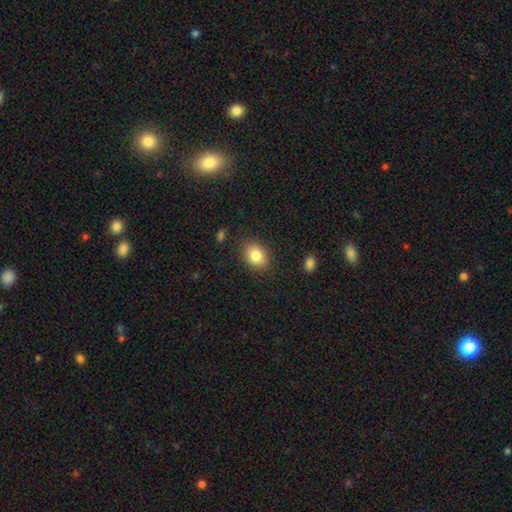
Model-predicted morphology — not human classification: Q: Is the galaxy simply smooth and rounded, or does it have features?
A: smooth — 84%.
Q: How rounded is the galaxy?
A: in between — 61%.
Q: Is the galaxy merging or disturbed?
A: none — 86%.